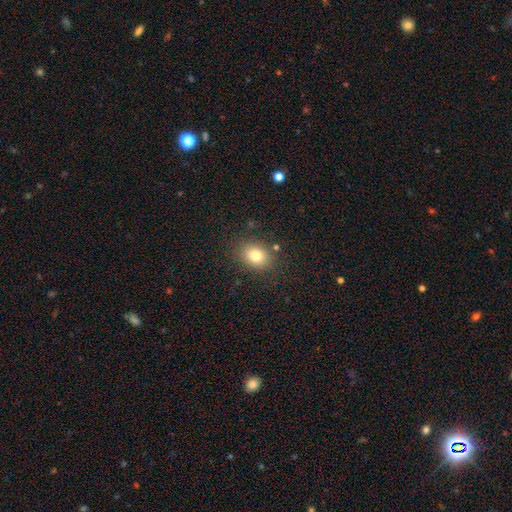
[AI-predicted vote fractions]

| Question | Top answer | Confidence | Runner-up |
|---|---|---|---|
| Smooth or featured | smooth | 80% | star or artifact (11%) |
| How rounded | in between | 52% | round (48%) |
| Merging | none | 83% | minor disturbance (10%) |